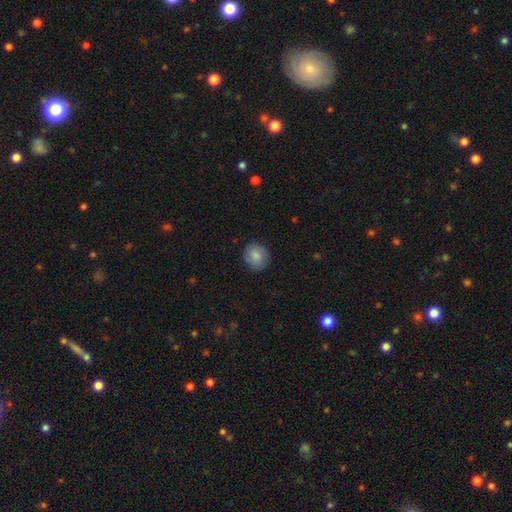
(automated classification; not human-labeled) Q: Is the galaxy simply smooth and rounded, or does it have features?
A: smooth — 85%.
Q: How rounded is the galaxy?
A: round — 82%.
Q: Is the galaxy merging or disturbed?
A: none — 87%.